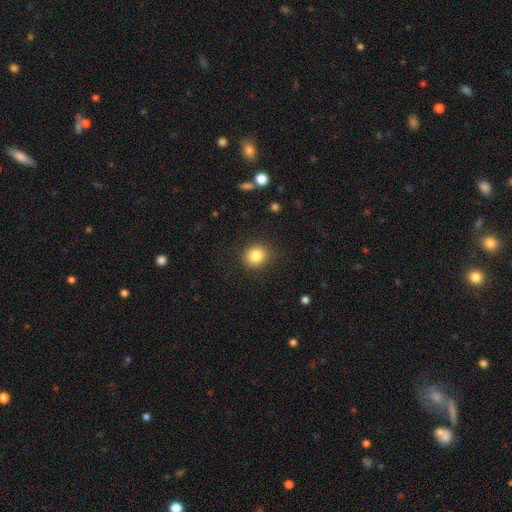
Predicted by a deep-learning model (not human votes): This appears to be a smooth galaxy with no disk features (83%) that is round (82%). Merging: none (88%).